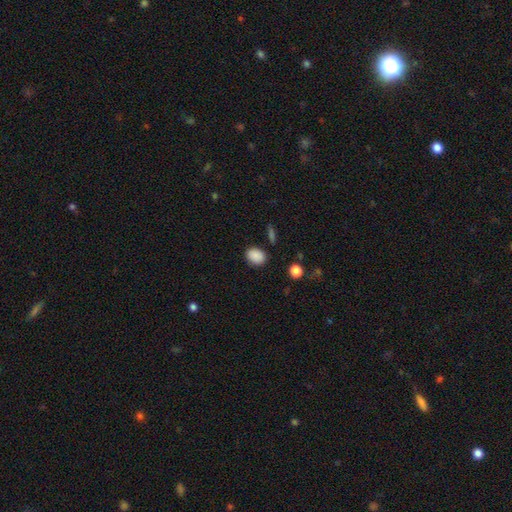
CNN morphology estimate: Overall: smooth (88%). How rounded: in between (69%; round 30%). Merging: none (84%).